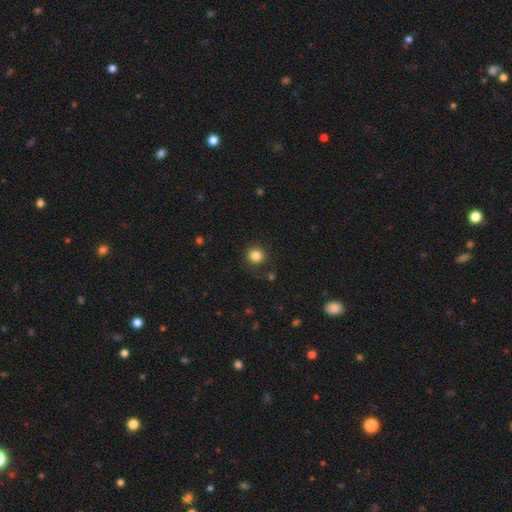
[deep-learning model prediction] Smooth or featured: smooth — 84% (star or artifact — 12%)
How rounded: round — 92% (in between — 7%)
Merging: none — 88% (minor disturbance — 8%)